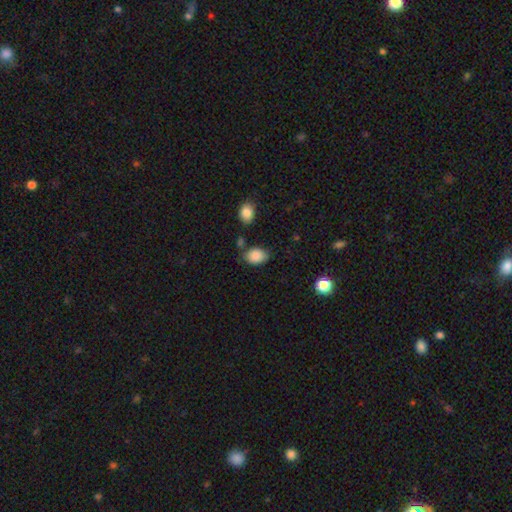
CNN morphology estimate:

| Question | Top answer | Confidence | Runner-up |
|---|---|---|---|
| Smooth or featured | smooth | 88% | star or artifact (8%) |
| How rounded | in between | 79% | round (20%) |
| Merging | none | 68% | minor disturbance (21%) |